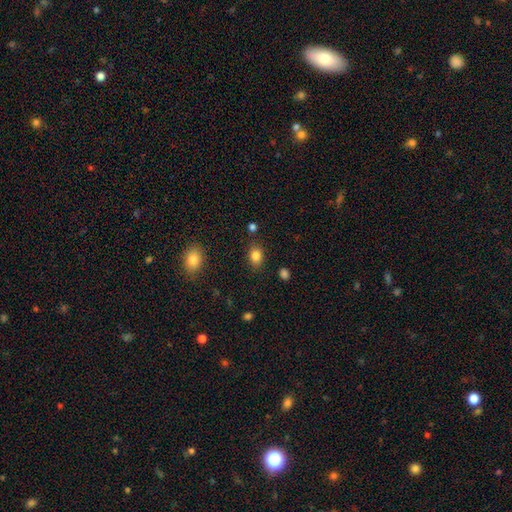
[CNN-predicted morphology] Smooth or featured? Predicted: smooth (p=0.84). How rounded? Predicted: in between (p=0.67). Merging? Predicted: none (p=0.83).